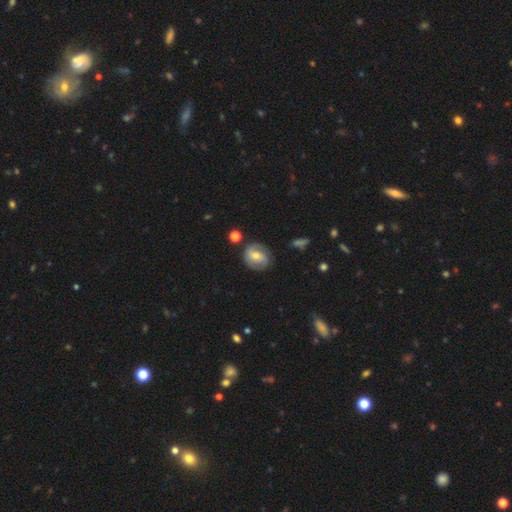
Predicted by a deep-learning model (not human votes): featured or disk 51%, smooth 42%, star or artifact 8%. Down the decision tree: edge-on disk — no (96%); merging — none (74%).